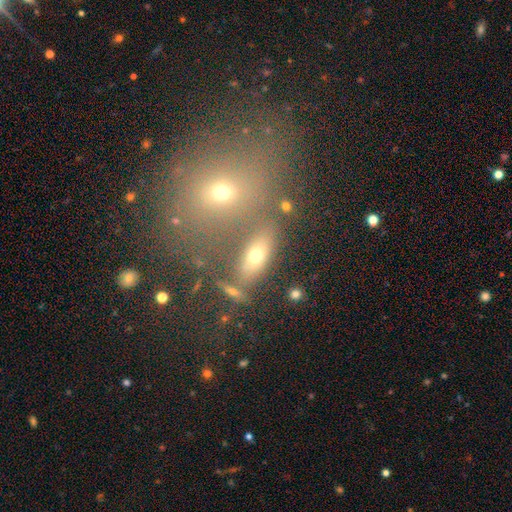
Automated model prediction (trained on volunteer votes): A smooth galaxy with no disk features (55%) that is in between round and cigar-shaped (68%).

Vote fractions:
- Smooth or featured? smooth: 55% / featured or disk: 25% / star or artifact: 20%
- How rounded? in between: 68% / cigar-shaped: 18% / round: 13%
- Merging? none: 57% / merger: 22% / minor disturbance: 13% / major disturbance: 8%